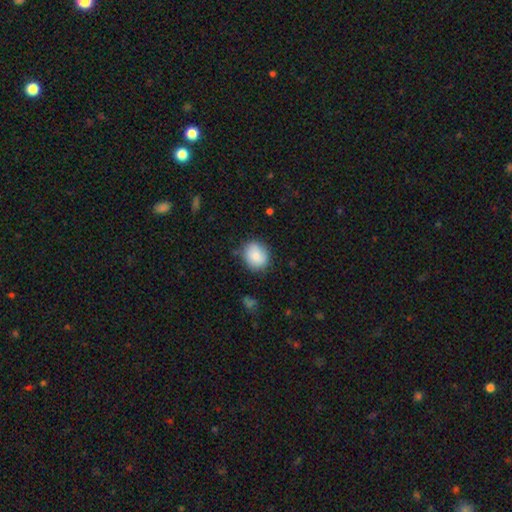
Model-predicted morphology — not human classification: The model was most divided on "how rounded": round: 68%, in between: 31%, cigar-shaped: 1%. More confident: smooth or featured — smooth (82%); merging — none (79%).